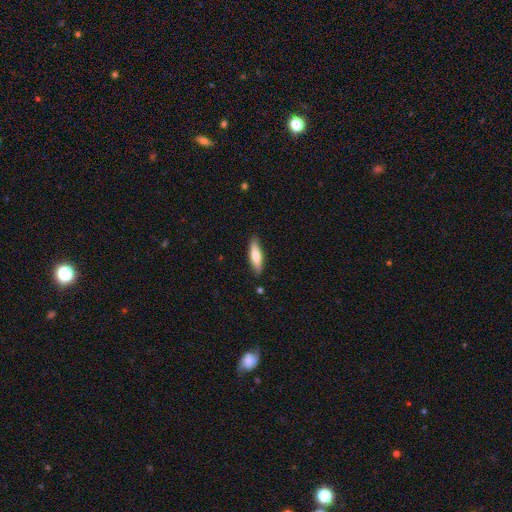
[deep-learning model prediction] smooth-or-featured: smooth: 73% | featured or disk: 22% | star or artifact: 6%
  how-rounded: cigar-shaped: 61% | in between: 38% | round: 2%
  merging: none: 86% | minor disturbance: 11% | major disturbance: 2% | merger: 2%